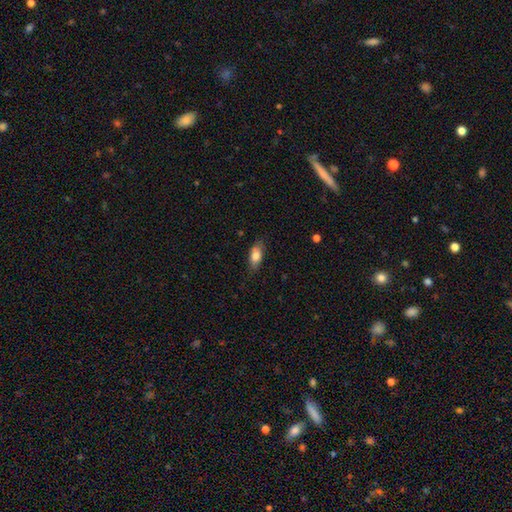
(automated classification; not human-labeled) Smooth or featured? Predicted: smooth (p=0.78). How rounded? Predicted: in between (p=0.82). Merging? Predicted: none (p=0.81).